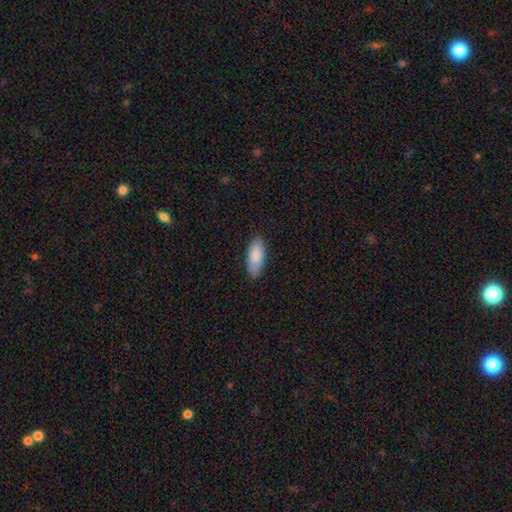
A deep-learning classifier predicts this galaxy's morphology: A smooth galaxy with no disk features (85%) that is in between round and cigar-shaped (84%).

Vote fractions:
- Smooth or featured? smooth: 85% / featured or disk: 9% / star or artifact: 6%
- How rounded? in between: 84% / cigar-shaped: 14% / round: 2%
- Merging? none: 85% / minor disturbance: 12% / major disturbance: 2% / merger: 1%